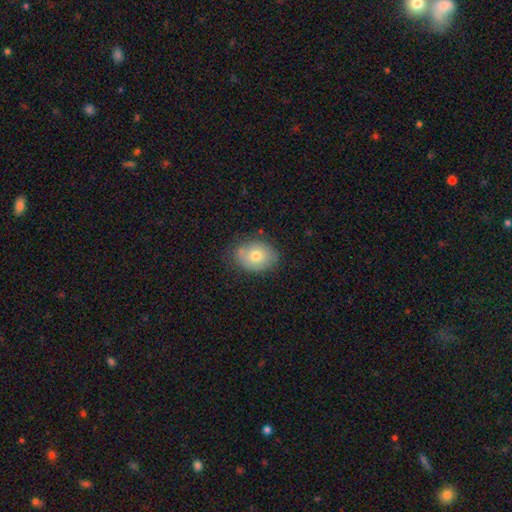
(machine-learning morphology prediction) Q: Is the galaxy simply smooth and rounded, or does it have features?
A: smooth — 71%.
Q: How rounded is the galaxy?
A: in between — 65%.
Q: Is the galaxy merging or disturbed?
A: none — 71%.